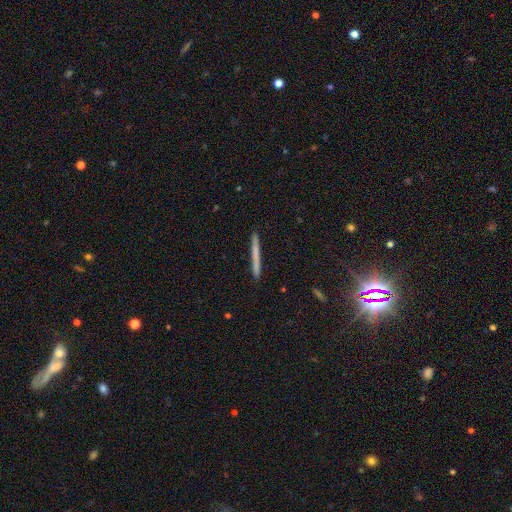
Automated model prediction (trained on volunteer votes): This appears to be a smooth galaxy with no disk features (60%) that is cigar-shaped (97%). Merging: none (91%).